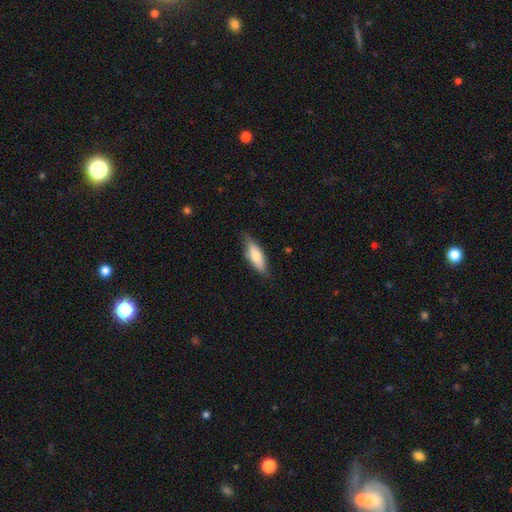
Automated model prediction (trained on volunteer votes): smooth-or-featured: smooth: 67% | featured or disk: 27% | star or artifact: 6%
  how-rounded: in between: 60% | cigar-shaped: 38% | round: 2%
  merging: none: 74% | minor disturbance: 21% | major disturbance: 3% | merger: 1%